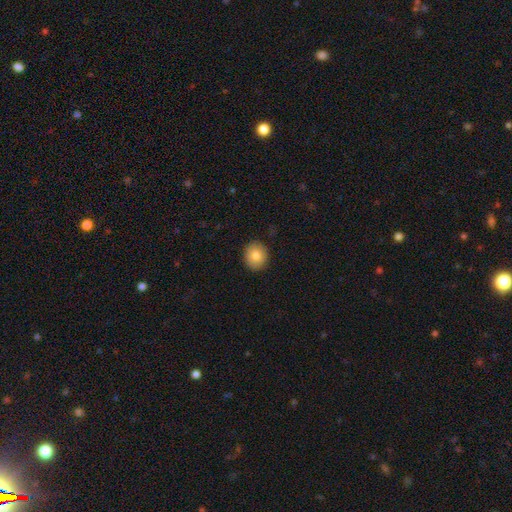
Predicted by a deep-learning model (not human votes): Smooth or featured? Predicted: smooth (p=0.83). How rounded? Predicted: round (p=0.77). Merging? Predicted: none (p=0.90).